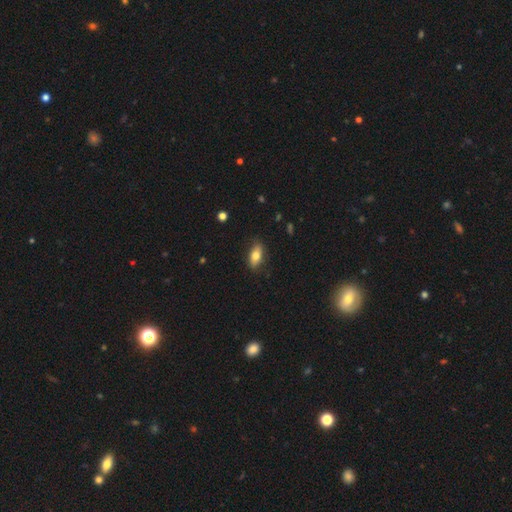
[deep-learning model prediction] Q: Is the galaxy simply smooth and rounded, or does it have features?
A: smooth — 76%.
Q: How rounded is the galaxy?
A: in between — 86%.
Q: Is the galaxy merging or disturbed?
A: none — 81%.